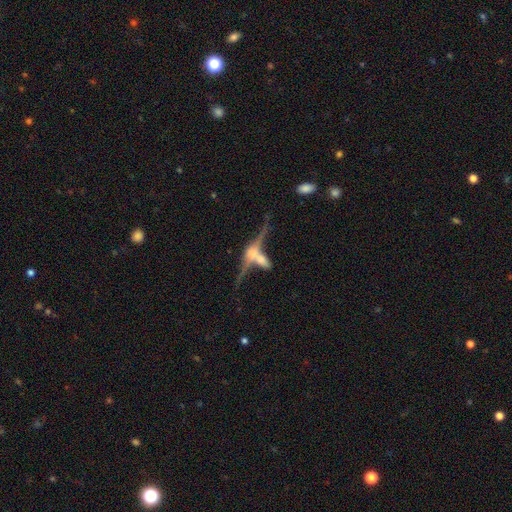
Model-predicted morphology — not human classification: This appears to be a featured or disk galaxy (76%) viewed edge-on (85%) with a rounded central bulge (83%). Merging: none (40%).